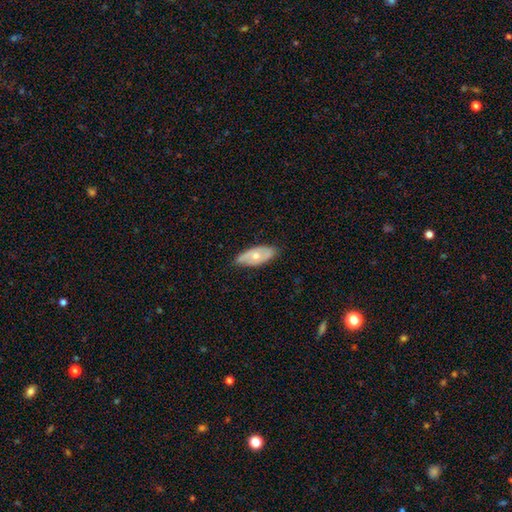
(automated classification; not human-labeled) smooth-or-featured: smooth: 50% | featured or disk: 44% | star or artifact: 6%
  how-rounded: in between: 87% | cigar-shaped: 10% | round: 3%
  merging: none: 76% | minor disturbance: 20% | major disturbance: 3% | merger: 1%